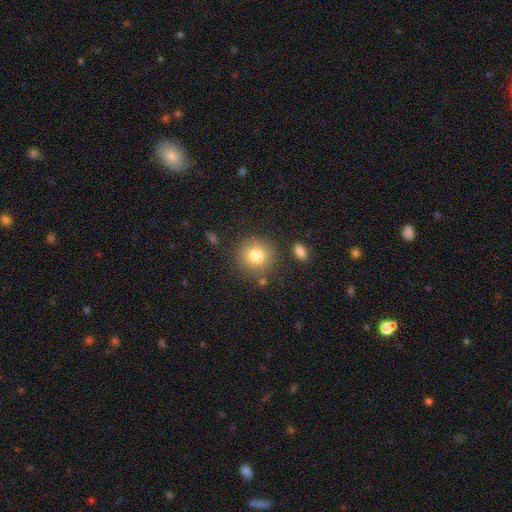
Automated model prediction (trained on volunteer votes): Smooth or featured: smooth — 81% (star or artifact — 10%)
How rounded: round — 90% (in between — 9%)
Merging: none — 81% (minor disturbance — 11%)